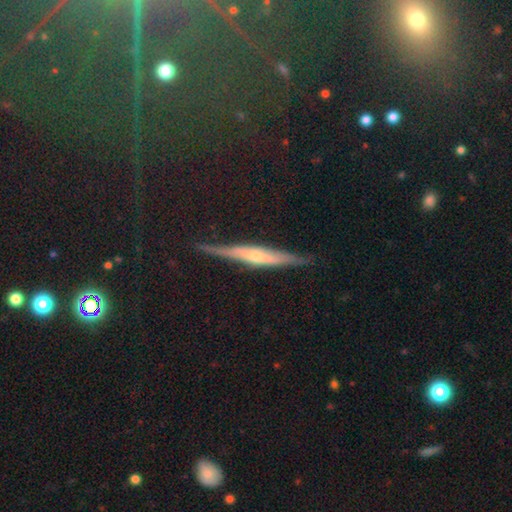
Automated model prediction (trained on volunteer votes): Smooth or featured?
  - featured or disk: 67% *
  - smooth: 24%
  - star or artifact: 9%
Edge-on disk?
  - yes: 93% *
  - no: 7%
Edge-on bulge?
  - rounded: 64% *
  - none: 21%
  - boxy: 14%
Merging?
  - none: 81% *
  - minor disturbance: 14%
  - major disturbance: 3%
  - merger: 2%